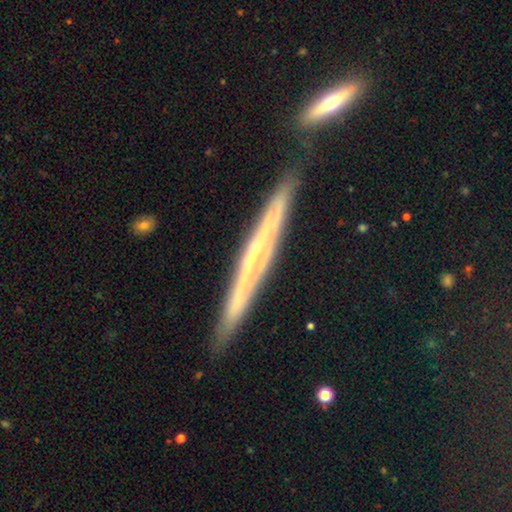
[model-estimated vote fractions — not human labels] This appears to be a featured or disk galaxy (68%) viewed edge-on (95%) with no central bulge (64%). Merging: none (83%).